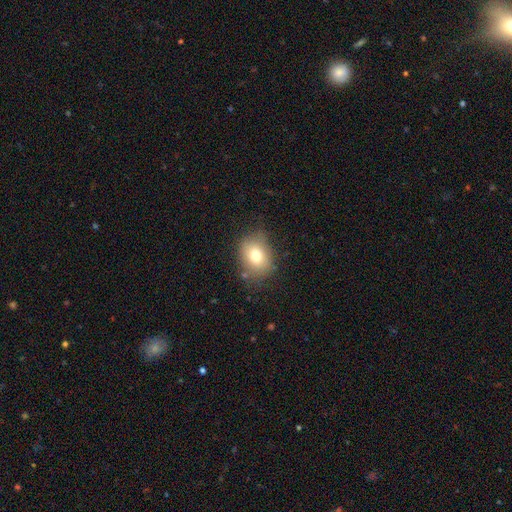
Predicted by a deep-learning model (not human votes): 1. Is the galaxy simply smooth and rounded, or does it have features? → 75% smooth, 14% featured or disk, 11% star or artifact.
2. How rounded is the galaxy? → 56% in between, 43% round, 1% cigar-shaped.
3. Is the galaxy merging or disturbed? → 75% none, 17% minor disturbance, 5% major disturbance, 2% merger.